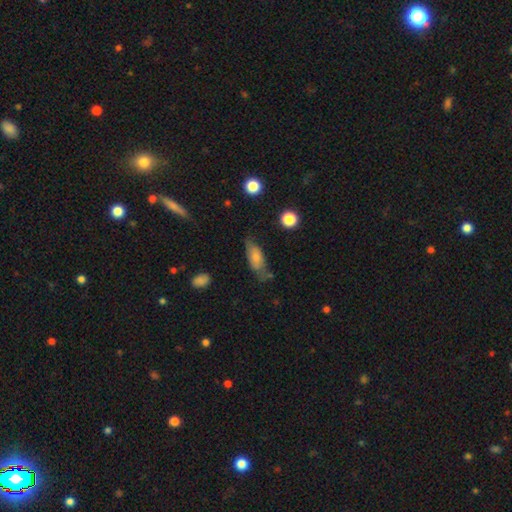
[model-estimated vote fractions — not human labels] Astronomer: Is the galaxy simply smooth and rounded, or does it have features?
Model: smooth — 49% (runner-up: featured or disk, 37%).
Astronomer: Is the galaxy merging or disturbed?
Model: none — 65%.